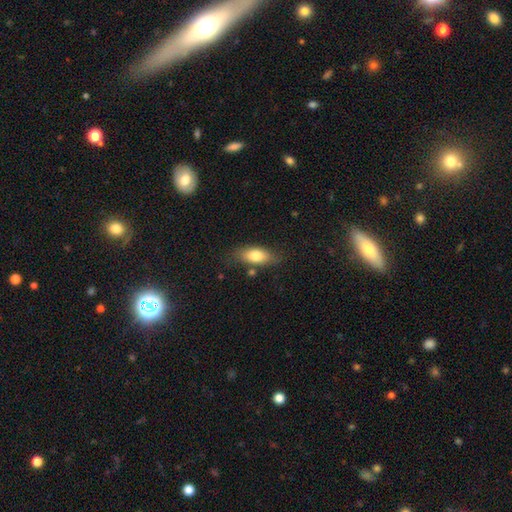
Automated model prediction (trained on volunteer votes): The model was most divided on "merging": none: 73%, minor disturbance: 18%, merger: 5%, major disturbance: 5%. More confident: how rounded — in between (83%); smooth or featured — smooth (77%).